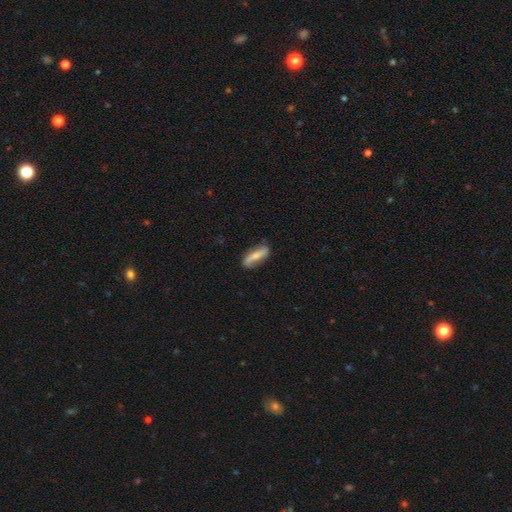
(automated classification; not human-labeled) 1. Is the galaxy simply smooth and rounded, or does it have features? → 55% smooth, 38% featured or disk, 6% star or artifact.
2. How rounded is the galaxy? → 52% cigar-shaped, 45% in between, 3% round.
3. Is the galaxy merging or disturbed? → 78% none, 17% minor disturbance, 4% major disturbance, 2% merger.